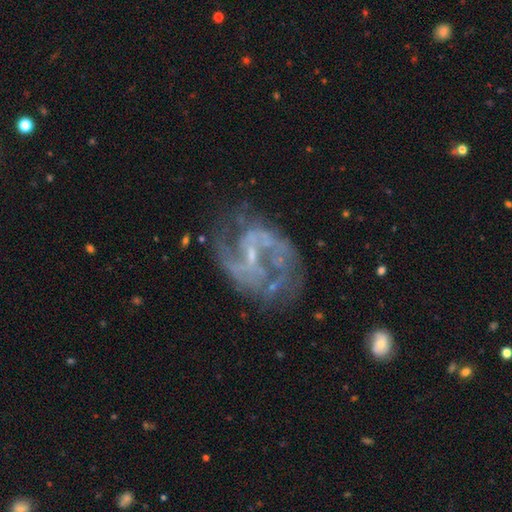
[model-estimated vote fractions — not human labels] A featured or disk galaxy (87%) with a weak bar (50%), 2 (72%) medium (48%) spiral arms (91%) and a small central bulge (69%).

Vote fractions:
- Smooth or featured? featured or disk: 87% / star or artifact: 7% / smooth: 5%
- Edge-on disk? no: 98% / yes: 2%
- Bar? weak: 50% / no: 34% / strong: 16%
- Spiral arms? yes: 91% / no: 9%
- Spiral winding? medium: 48% / loose: 36% / tight: 16%
- Spiral arm count? 2: 72% / can't tell: 12% / 3: 6% / 1: 4% / 4: 3% / more than 4: 3%
- Bulge size? small: 69% / none: 17% / moderate: 12% / large: 1% / dominant: 1%
- Merging? none: 57% / minor disturbance: 20% / major disturbance: 19% / merger: 4%